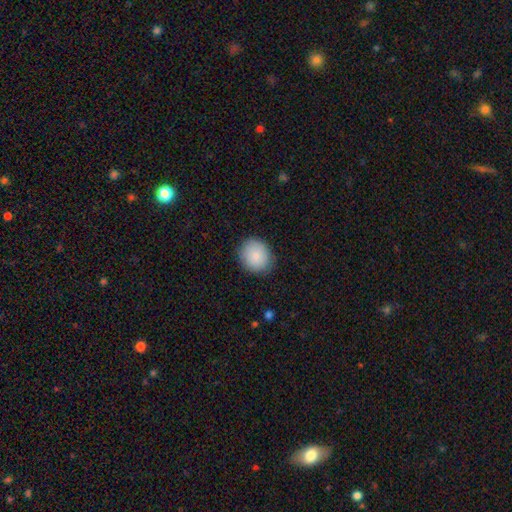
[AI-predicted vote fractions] The model was most divided on "how rounded": round: 79%, in between: 21%, cigar-shaped: 1%. More confident: smooth or featured — smooth (85%); merging — none (84%).